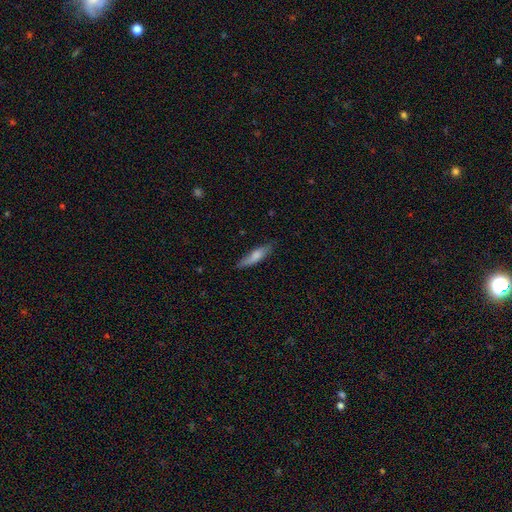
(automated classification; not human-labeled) Smooth or featured?
  - smooth: 68% *
  - featured or disk: 26%
  - star or artifact: 6%
How rounded?
  - cigar-shaped: 73% *
  - in between: 25%
  - round: 2%
Merging?
  - none: 75% *
  - minor disturbance: 19%
  - major disturbance: 4%
  - merger: 2%